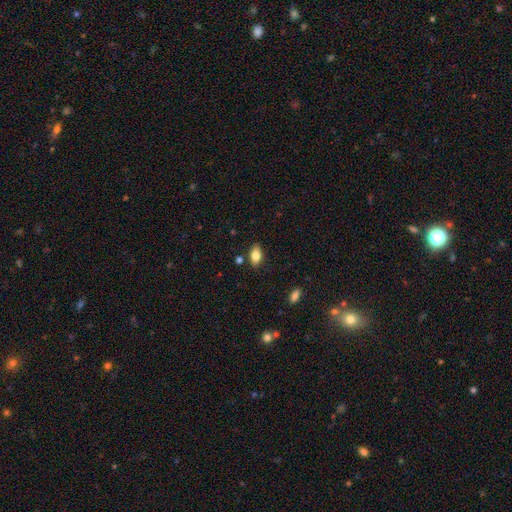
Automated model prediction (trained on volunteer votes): smooth-or-featured: smooth: 78% | featured or disk: 14% | star or artifact: 8%
  how-rounded: in between: 89% | cigar-shaped: 6% | round: 5%
  merging: none: 84% | minor disturbance: 11% | merger: 3% | major disturbance: 2%